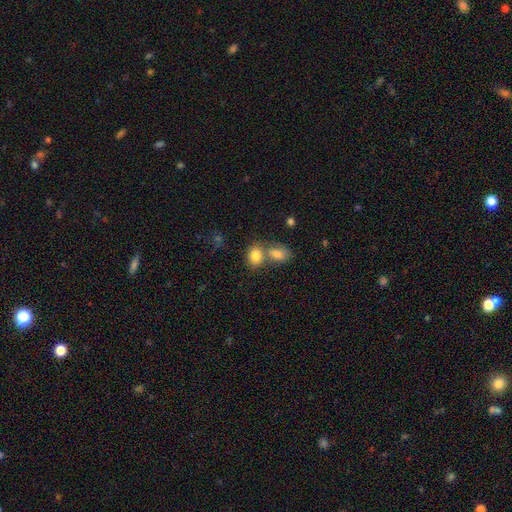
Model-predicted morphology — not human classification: smooth_or_featured: smooth (p=0.82) [alt: featured or disk p=0.09]
how_rounded: in between (p=0.66) [alt: round p=0.33]
merging: merger (p=0.51) [alt: none p=0.38]